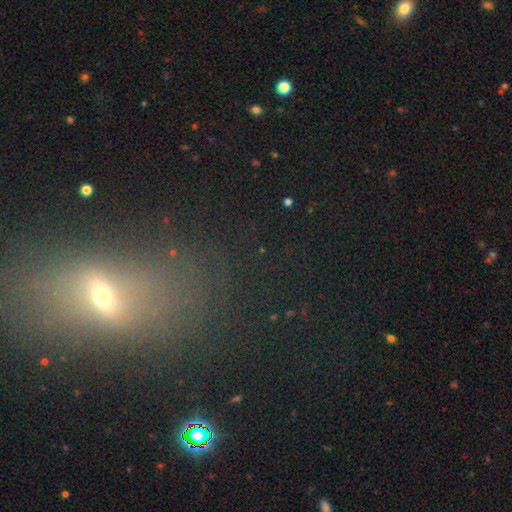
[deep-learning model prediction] Q: Smooth or featured?
A: star or artifact (48%); runner-up: smooth (31%)